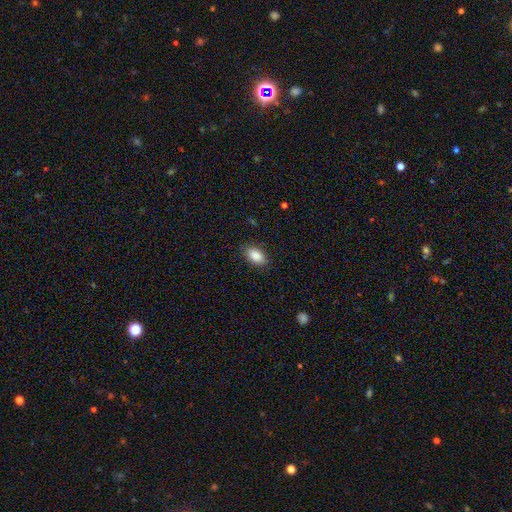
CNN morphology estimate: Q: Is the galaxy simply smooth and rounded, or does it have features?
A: smooth — 89%.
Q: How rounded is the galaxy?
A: in between — 91%.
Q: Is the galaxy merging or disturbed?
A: none — 87%.